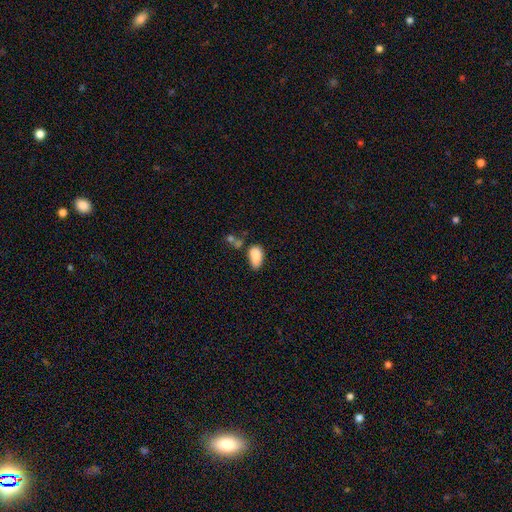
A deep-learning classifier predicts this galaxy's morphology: This appears to be a smooth galaxy with no disk features (83%) that is in between round and cigar-shaped (93%). Merging: none (48%).